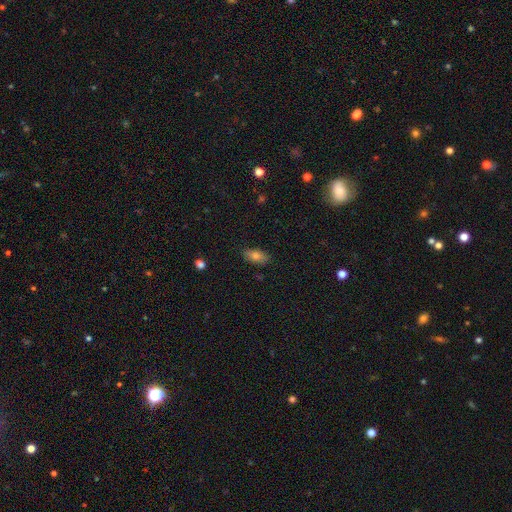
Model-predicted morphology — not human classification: Smooth or featured? Predicted: smooth (p=0.78). How rounded? Predicted: in between (p=0.88). Merging? Predicted: none (p=0.85).